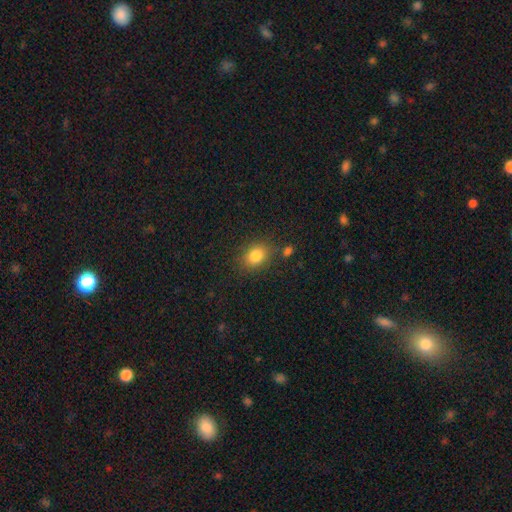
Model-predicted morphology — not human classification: Smooth or featured? smooth (82%)
How rounded? in between (57%)
Merging? none (76%)